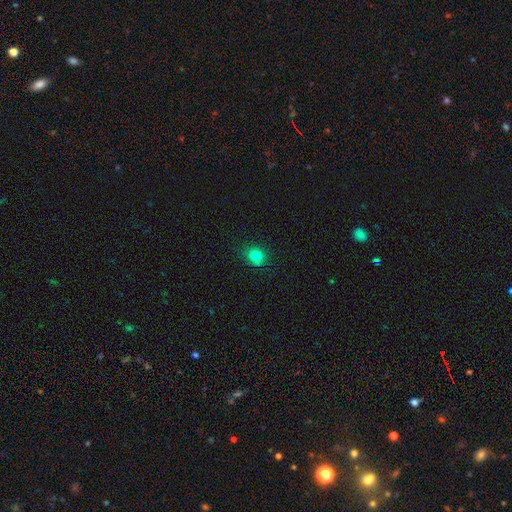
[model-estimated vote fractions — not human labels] Smooth or featured: smooth — 81% (star or artifact — 13%)
How rounded: round — 71% (in between — 28%)
Merging: none — 79% (minor disturbance — 15%)